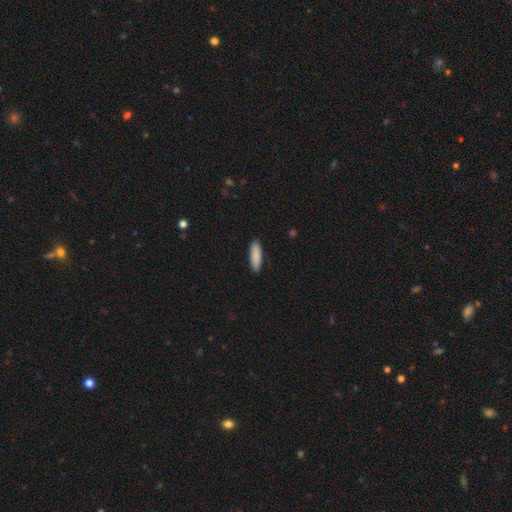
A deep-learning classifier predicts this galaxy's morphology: Smooth or featured?
  - smooth: 89% *
  - star or artifact: 6%
  - featured or disk: 5%
How rounded?
  - cigar-shaped: 56% *
  - in between: 43%
  - round: 1%
Merging?
  - none: 89% *
  - minor disturbance: 8%
  - major disturbance: 2%
  - merger: 1%